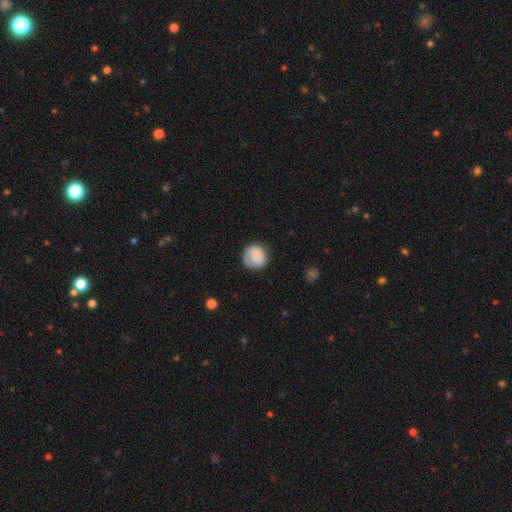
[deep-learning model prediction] A smooth galaxy with no disk features (86%) that is round (89%). Merging: none (75%).